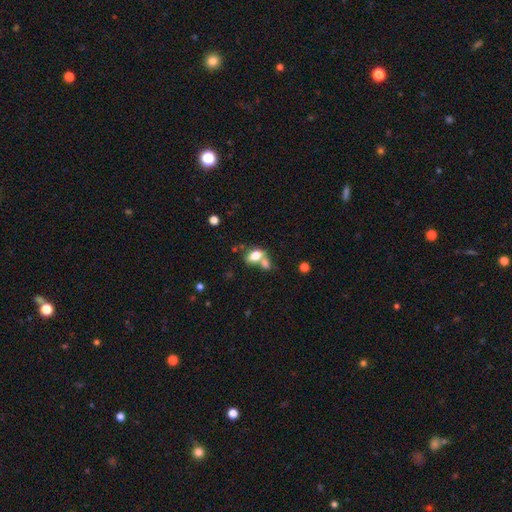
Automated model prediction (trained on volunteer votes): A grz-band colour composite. It shows a smooth galaxy with no disk features (74%) that is in between round and cigar-shaped (84%). Merging: merger (49%).